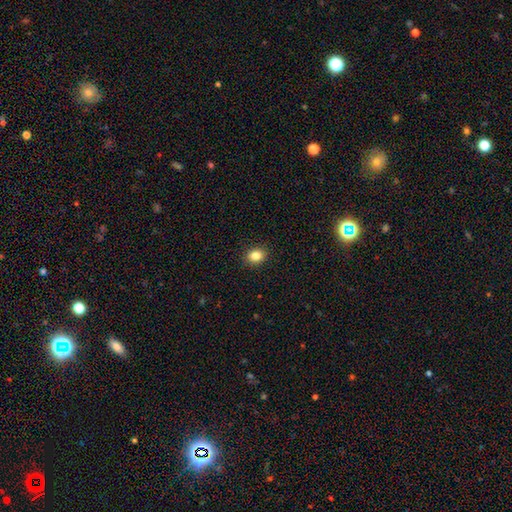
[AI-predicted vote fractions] A smooth galaxy with no disk features (84%) that is round (55%). Merging: none (91%).